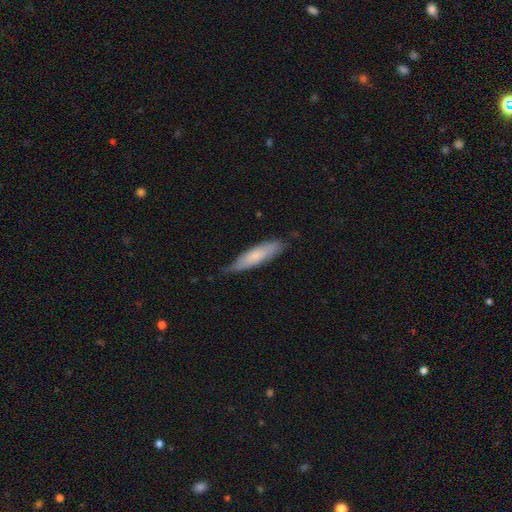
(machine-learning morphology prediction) This appears to be a smooth galaxy with no disk features (72%) that is cigar-shaped (71%). Merging: none (67%).